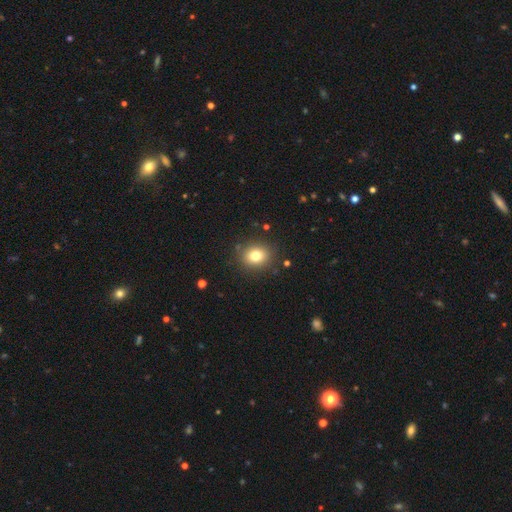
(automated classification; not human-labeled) Smooth or featured?
  - smooth: 79% *
  - star or artifact: 12%
  - featured or disk: 9%
How rounded?
  - round: 66% *
  - in between: 33%
  - cigar-shaped: 1%
Merging?
  - none: 87% *
  - minor disturbance: 8%
  - major disturbance: 3%
  - merger: 2%